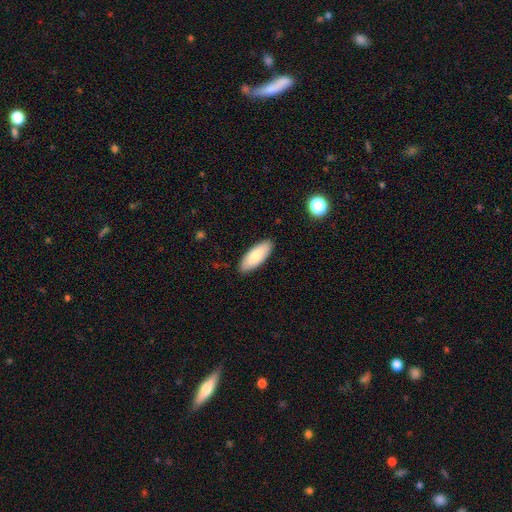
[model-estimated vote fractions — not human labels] A smooth galaxy with no disk features (81%) that is in between round and cigar-shaped (78%). Merging: none (89%).